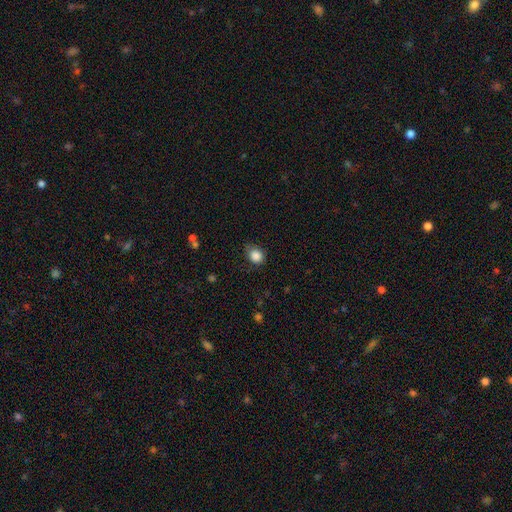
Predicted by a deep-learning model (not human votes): The model was most divided on "how rounded": round: 60%, in between: 39%, cigar-shaped: 1%. More confident: smooth or featured — smooth (87%); merging — none (67%).